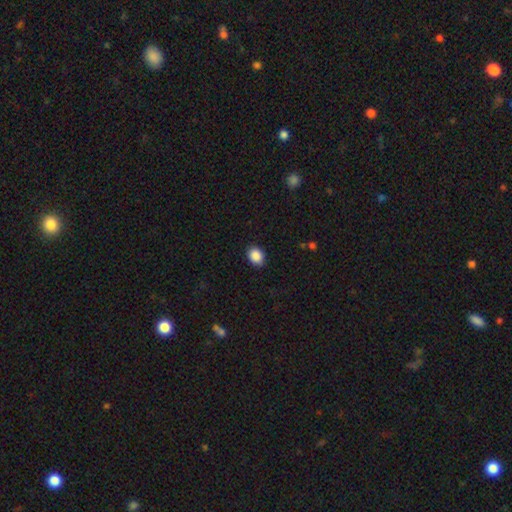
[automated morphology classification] Smooth or featured?
  - smooth: 89% *
  - star or artifact: 8%
  - featured or disk: 3%
How rounded?
  - in between: 54% *
  - round: 45%
  - cigar-shaped: 1%
Merging?
  - none: 87% *
  - minor disturbance: 9%
  - major disturbance: 2%
  - merger: 1%